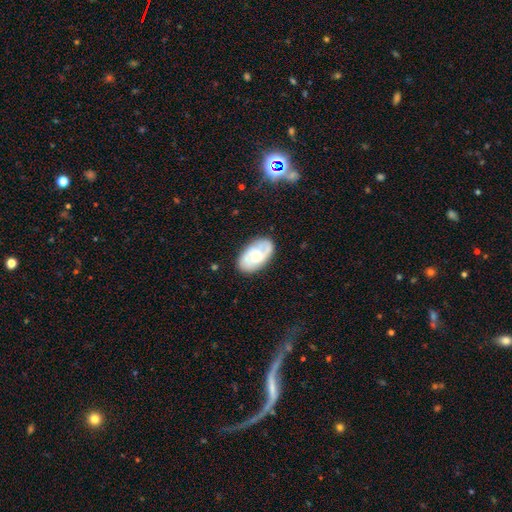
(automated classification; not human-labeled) A featured or disk galaxy (53%) with no bar (68%), spiral arms (80%) and a moderate central bulge (40%). Merging: none (79%).